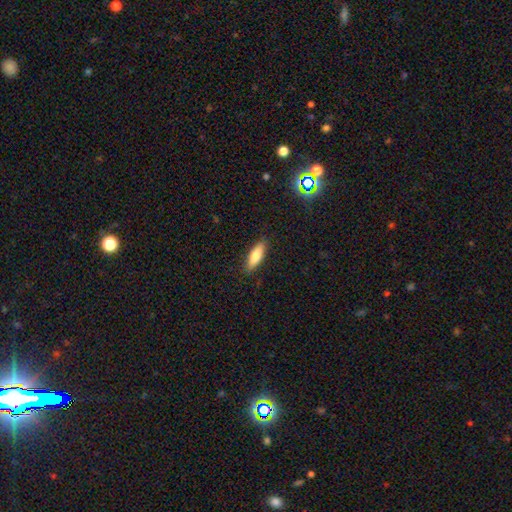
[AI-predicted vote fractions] This appears to be a smooth galaxy with no disk features (76%) that is in between round and cigar-shaped (49%, tied with cigar-shaped). Merging: none (88%).